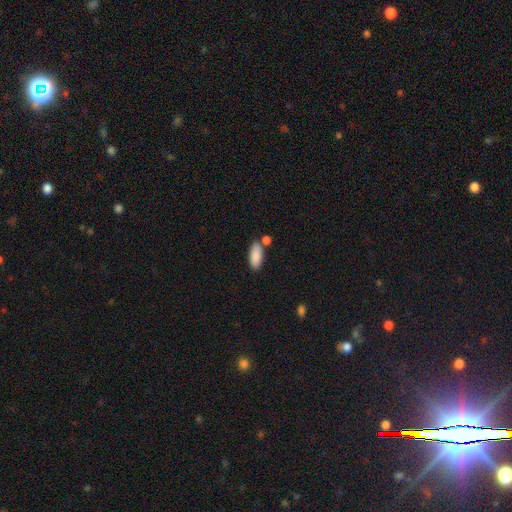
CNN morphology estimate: Smooth or featured? smooth (87%)
How rounded? in between (85%)
Merging? none (68%)